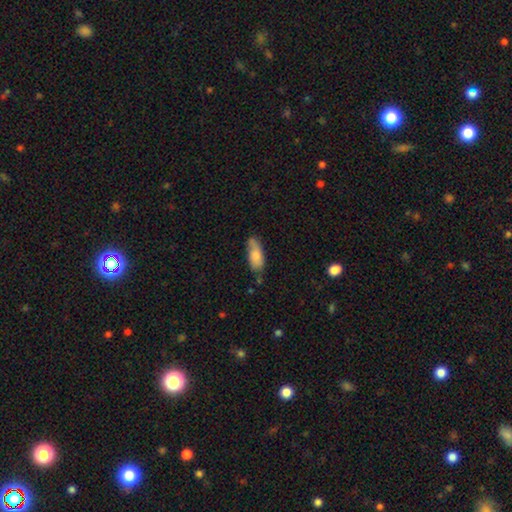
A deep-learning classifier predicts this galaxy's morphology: A smooth galaxy with no disk features (78%) that is in between round and cigar-shaped (78%). Merging: none (59%).